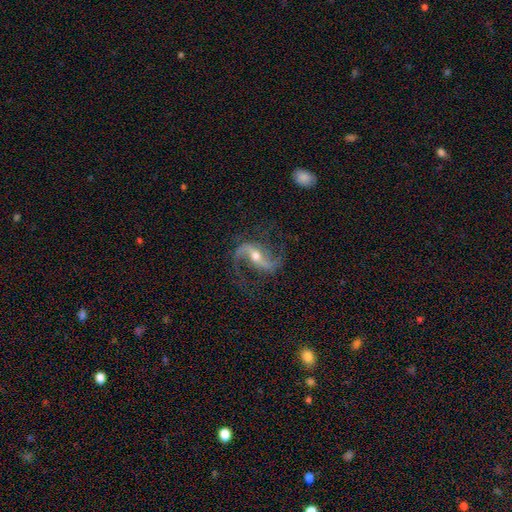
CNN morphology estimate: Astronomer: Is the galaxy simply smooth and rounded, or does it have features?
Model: featured or disk — 90%.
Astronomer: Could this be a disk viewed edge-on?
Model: no — 96%.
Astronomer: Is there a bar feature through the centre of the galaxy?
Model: strong — 43% (runner-up: weak, 32%).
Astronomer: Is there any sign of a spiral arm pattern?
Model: yes — 97%.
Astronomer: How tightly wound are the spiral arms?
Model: loose — 70%.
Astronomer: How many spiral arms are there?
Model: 2 — 93%.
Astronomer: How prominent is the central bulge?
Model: moderate — 57% (runner-up: small, 38%).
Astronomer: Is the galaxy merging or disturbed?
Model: none — 75%.